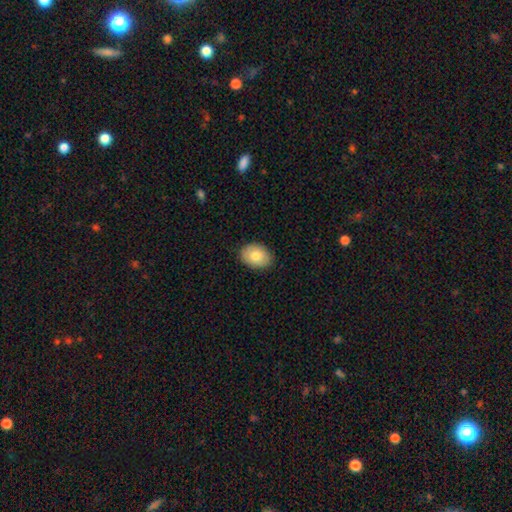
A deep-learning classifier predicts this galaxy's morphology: This is likely a smooth galaxy (79%). How rounded: likely in between (73%). Merging: clearly none (87%).